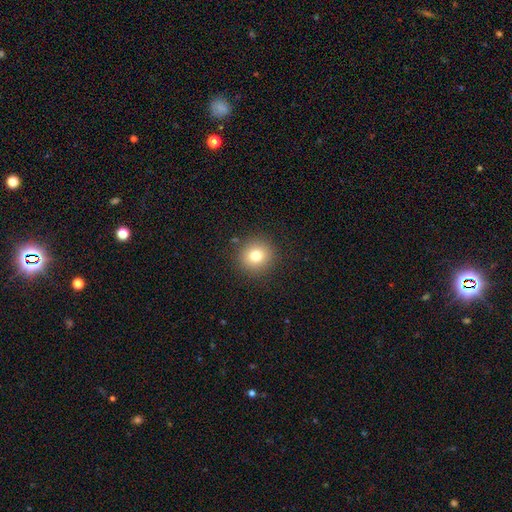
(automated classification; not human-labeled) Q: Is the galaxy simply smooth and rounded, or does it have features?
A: smooth — 78%.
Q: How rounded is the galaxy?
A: round — 92%.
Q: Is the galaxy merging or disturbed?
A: none — 89%.